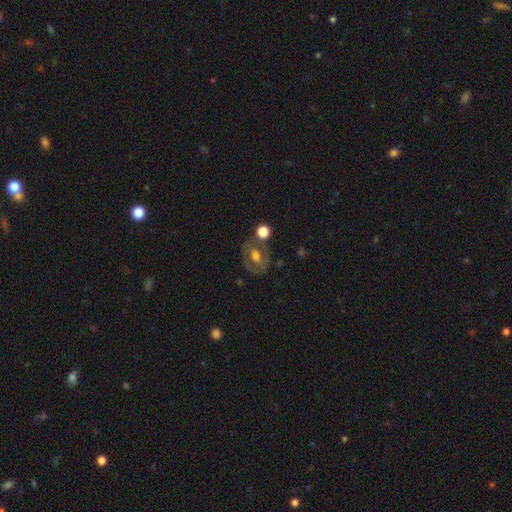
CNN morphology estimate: Overall: featured or disk (52%; smooth 39%). Edge-on disk: no (95%). Merging: none (61%).